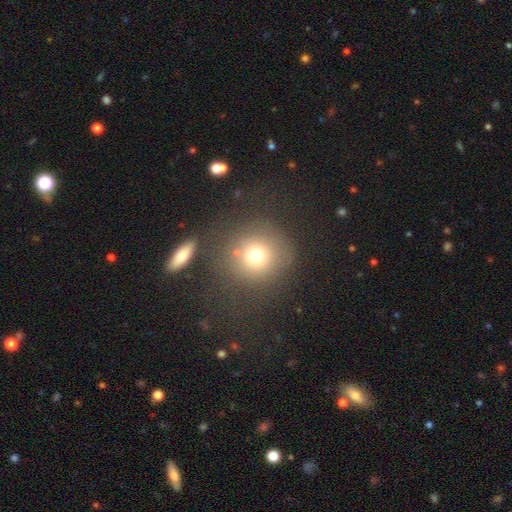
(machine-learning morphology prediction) Q: Smooth or featured?
A: smooth (72%); runner-up: star or artifact (16%)
Q: How rounded?
A: round (90%); runner-up: in between (9%)
Q: Merging?
A: none (72%); runner-up: minor disturbance (12%)